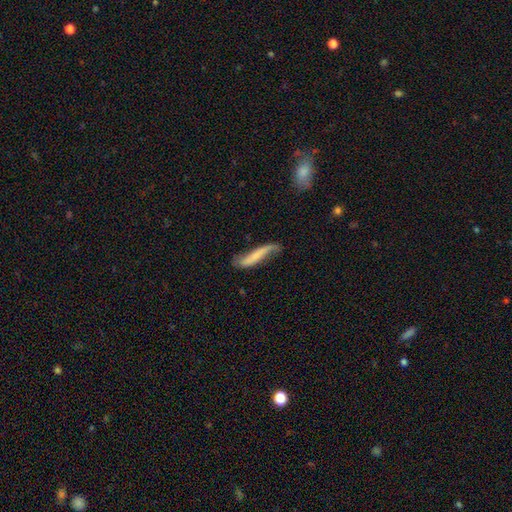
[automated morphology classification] Smooth or featured? featured or disk (50%)
Edge-on disk? no (63%)
Merging? none (47%)